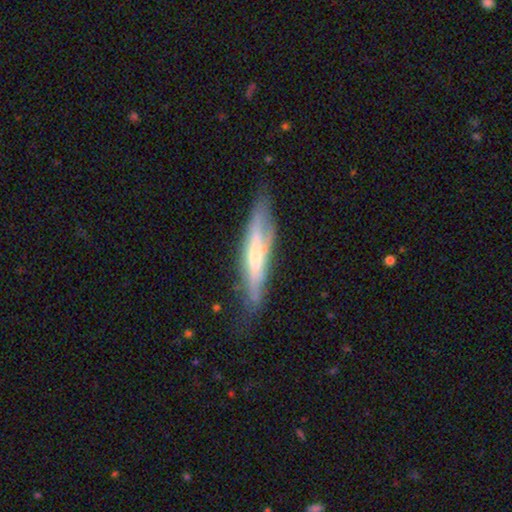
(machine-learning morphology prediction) featured or disk 56%, smooth 37%, star or artifact 6%. Down the decision tree: edge-on disk — yes (75%); merging — none (66%).